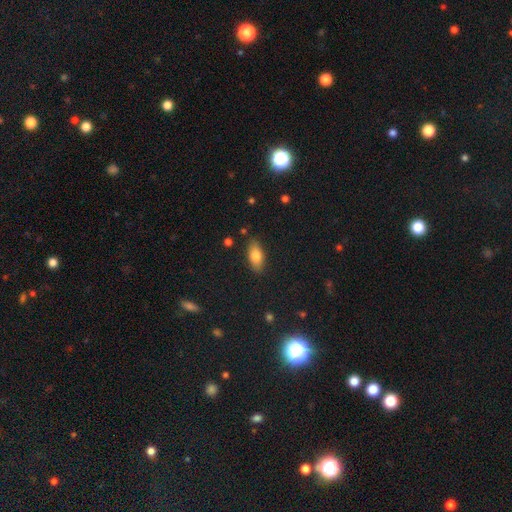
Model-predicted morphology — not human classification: A smooth galaxy with no disk features (78%) that is in between round and cigar-shaped (86%). Merging: none (85%).